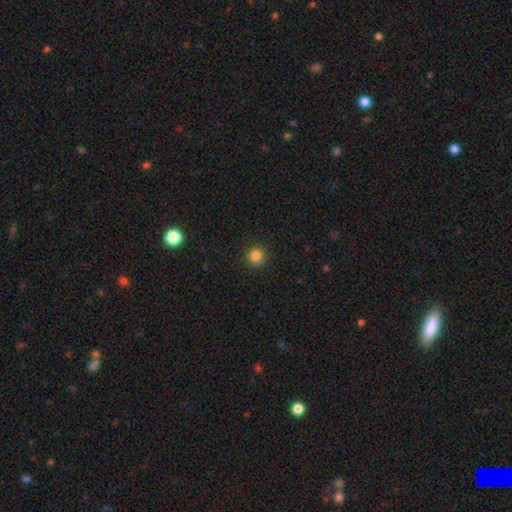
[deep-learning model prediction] Smooth or featured?
  - smooth: 84% *
  - star or artifact: 12%
  - featured or disk: 4%
How rounded?
  - round: 94% *
  - in between: 5%
  - cigar-shaped: 1%
Merging?
  - none: 91% *
  - minor disturbance: 6%
  - major disturbance: 2%
  - merger: 1%